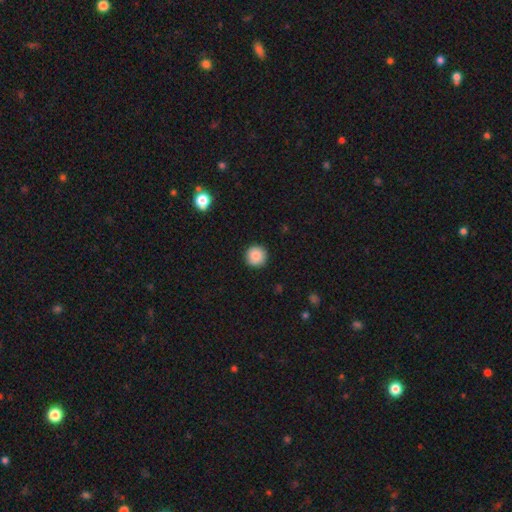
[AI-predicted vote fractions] Q: Smooth or featured?
A: smooth (87%); runner-up: star or artifact (9%)
Q: How rounded?
A: round (96%); runner-up: in between (3%)
Q: Merging?
A: none (92%); runner-up: minor disturbance (5%)